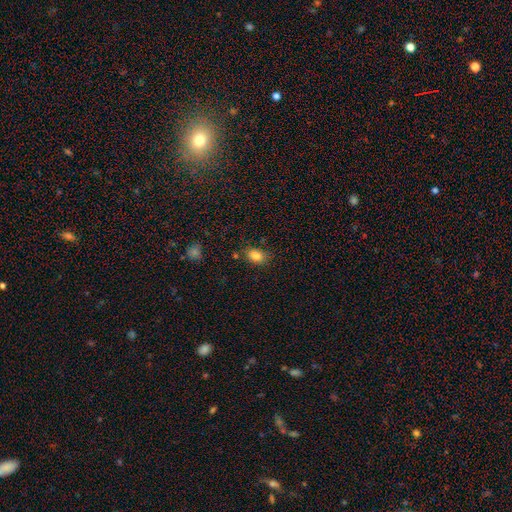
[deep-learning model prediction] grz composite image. It shows a smooth galaxy with no disk features (84%) that is in between round and cigar-shaped (78%). Merging: none (74%).